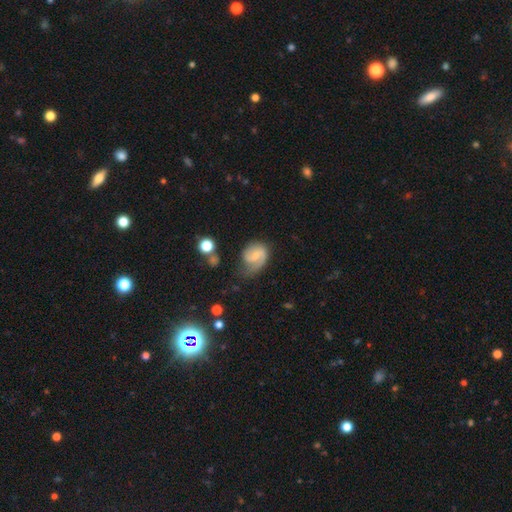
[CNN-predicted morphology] The model was most divided on "bar": weak: 49%, no: 39%, strong: 12%. Remaining: edge-on disk — no (98%); spiral arms — yes (92%); smooth or featured — featured or disk (69%); bulge size — small (53%); spiral arm count — 2 (52%); merging — none (49%); spiral winding — medium (44%).